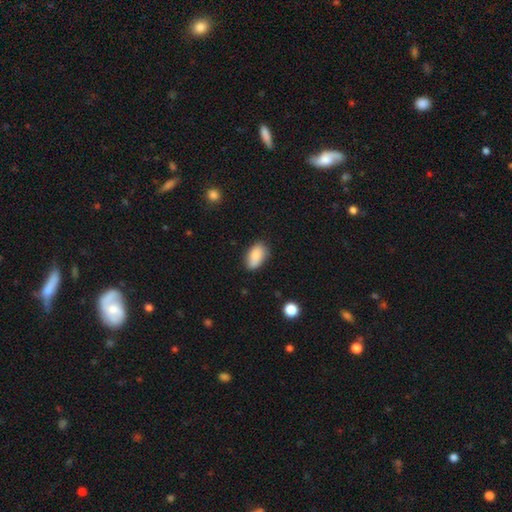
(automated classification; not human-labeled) smooth_or_featured: smooth (p=0.83) [alt: featured or disk p=0.09]
how_rounded: in between (p=0.92) [alt: round p=0.05]
merging: none (p=0.75) [alt: minor disturbance p=0.20]